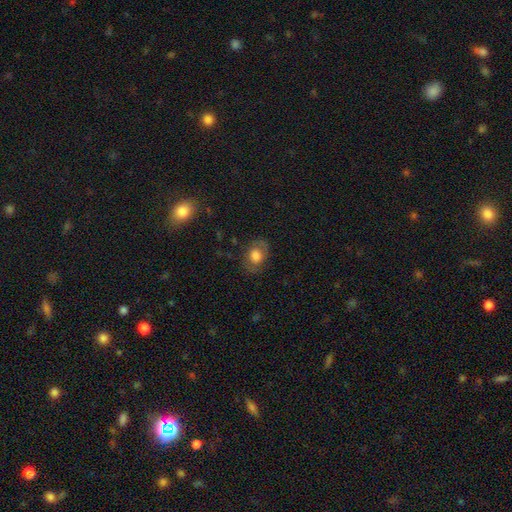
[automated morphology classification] Smooth or featured?
  - smooth: 65% *
  - featured or disk: 26%
  - star or artifact: 9%
How rounded?
  - in between: 63% *
  - round: 35%
  - cigar-shaped: 1%
Merging?
  - none: 73% *
  - minor disturbance: 18%
  - major disturbance: 8%
  - merger: 1%